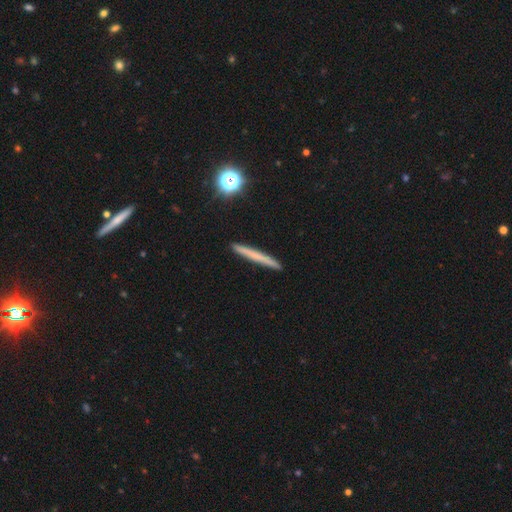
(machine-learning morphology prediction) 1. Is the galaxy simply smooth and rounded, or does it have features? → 59% smooth, 32% featured or disk, 9% star or artifact.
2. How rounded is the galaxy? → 96% cigar-shaped, 2% in between, 2% round.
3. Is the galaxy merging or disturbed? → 92% none, 5% minor disturbance, 1% major disturbance, 1% merger.